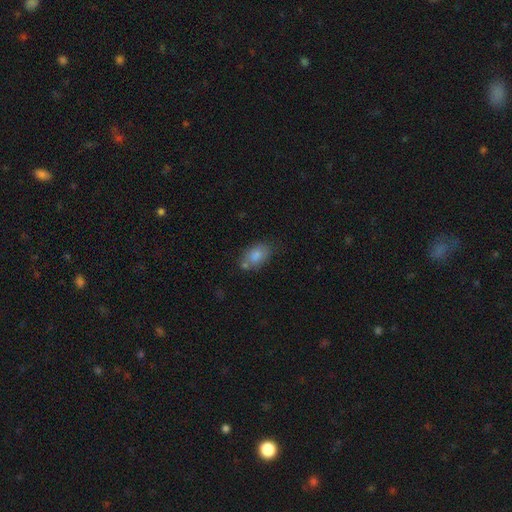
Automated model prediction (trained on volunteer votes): Overall: smooth (81%). How rounded: in between (88%). Merging: none (58%; minor disturbance 20%).